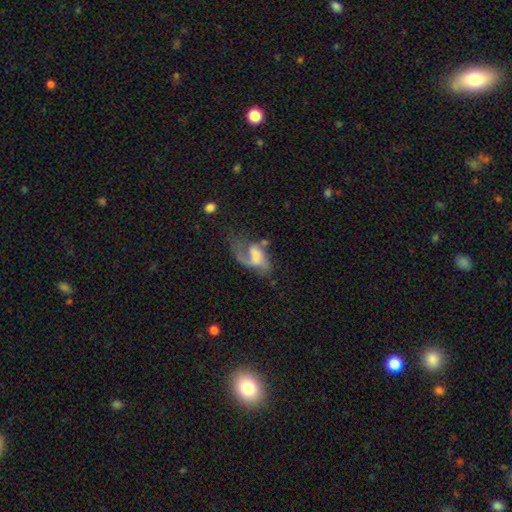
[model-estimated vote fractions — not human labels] Smooth or featured? featured or disk (63%)
Edge-on disk? no (95%)
Bar? no (46%)
Spiral arms? yes (77%)
Bulge size? none (36%)
Merging? major disturbance (46%)